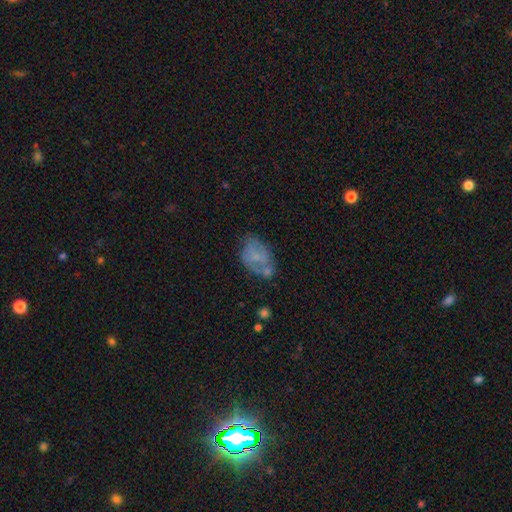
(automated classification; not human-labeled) The model was most divided on "smooth or featured": smooth: 47%, featured or disk: 44%, star or artifact: 10%. Remaining: merging — none (41%).